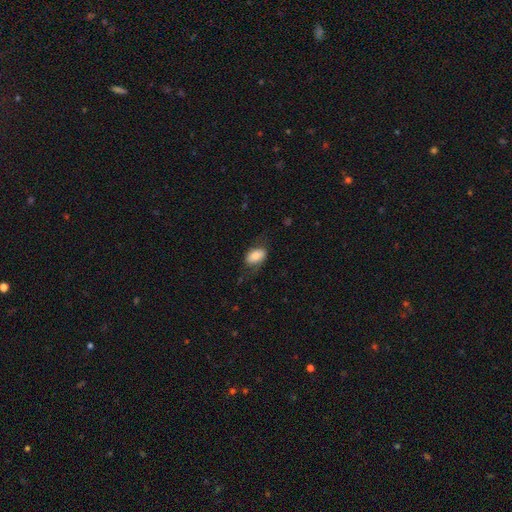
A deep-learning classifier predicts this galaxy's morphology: Q: Smooth or featured?
A: smooth (66%); runner-up: featured or disk (27%)
Q: How rounded?
A: in between (90%); runner-up: round (9%)
Q: Merging?
A: none (59%); runner-up: minor disturbance (24%)